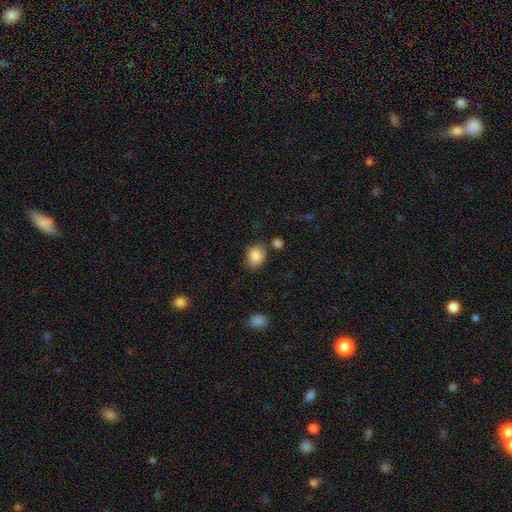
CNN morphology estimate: Smooth or featured?
  - smooth: 87% *
  - star or artifact: 8%
  - featured or disk: 5%
How rounded?
  - in between: 61% *
  - round: 38%
  - cigar-shaped: 1%
Merging?
  - none: 66% *
  - minor disturbance: 21%
  - merger: 8%
  - major disturbance: 6%